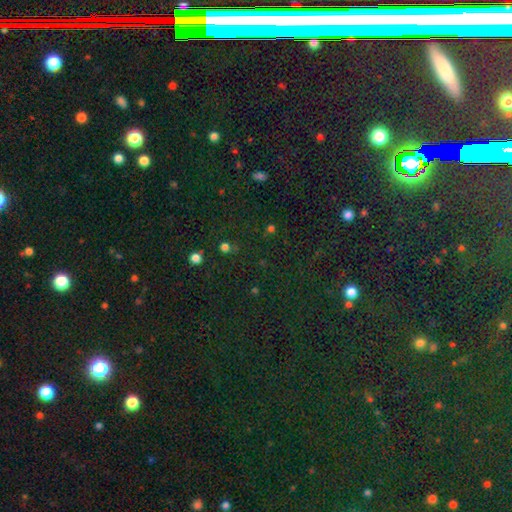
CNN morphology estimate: Smooth or featured? Predicted: star or artifact (p=0.77).